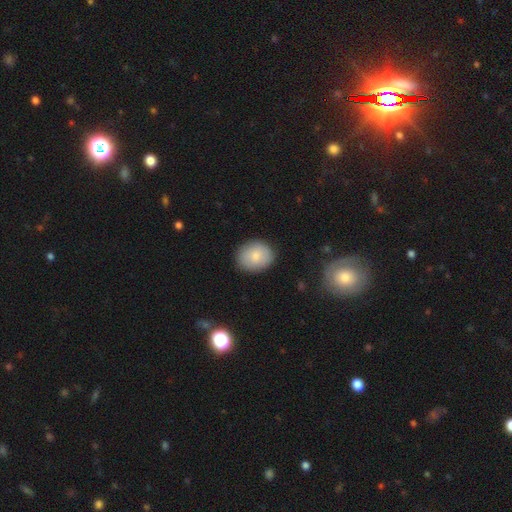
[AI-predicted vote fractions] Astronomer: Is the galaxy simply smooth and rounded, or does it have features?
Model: smooth — 81%.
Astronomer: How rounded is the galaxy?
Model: round — 65%.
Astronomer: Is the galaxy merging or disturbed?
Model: none — 87%.